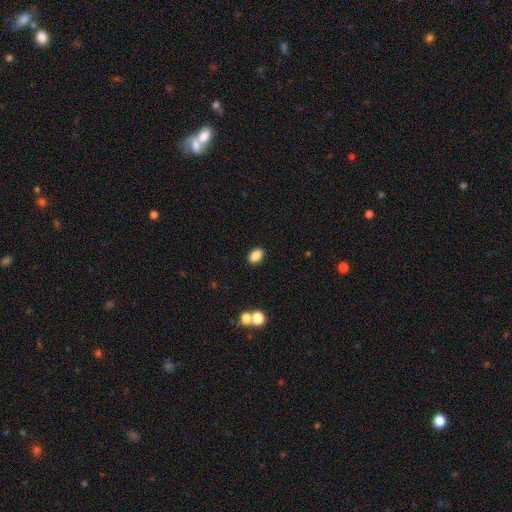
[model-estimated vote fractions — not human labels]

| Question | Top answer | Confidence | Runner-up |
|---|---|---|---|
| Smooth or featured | smooth | 85% | star or artifact (10%) |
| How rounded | in between | 85% | round (13%) |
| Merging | none | 89% | minor disturbance (7%) |